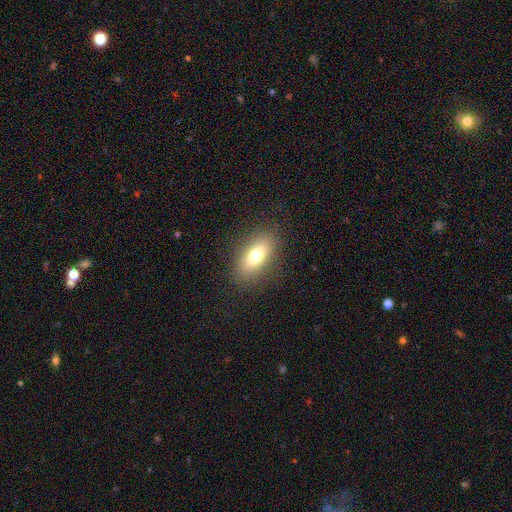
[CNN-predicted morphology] Smooth or featured?
  - smooth: 73% *
  - featured or disk: 18%
  - star or artifact: 10%
How rounded?
  - in between: 81% *
  - cigar-shaped: 13%
  - round: 6%
Merging?
  - none: 86% *
  - minor disturbance: 9%
  - major disturbance: 3%
  - merger: 1%